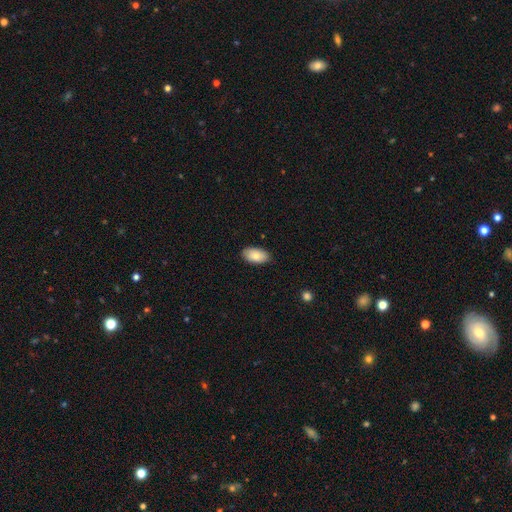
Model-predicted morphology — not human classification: smooth-or-featured: smooth: 82% | featured or disk: 11% | star or artifact: 6%
  how-rounded: in between: 95% | round: 3% | cigar-shaped: 2%
  merging: none: 85% | minor disturbance: 12% | major disturbance: 2% | merger: 1%